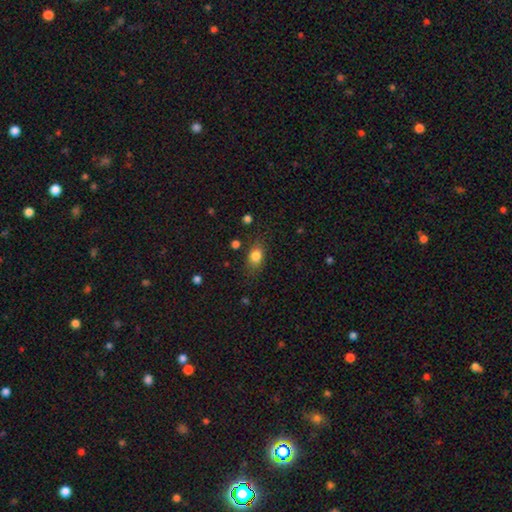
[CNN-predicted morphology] smooth 82%, star or artifact 10%, featured or disk 8%. Down the decision tree: how rounded — in between (71%); merging — none (76%).